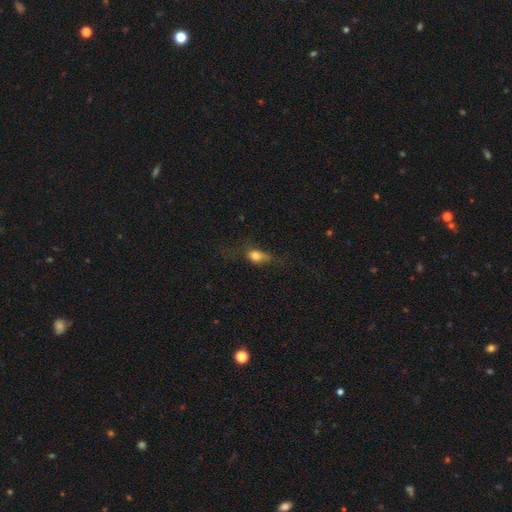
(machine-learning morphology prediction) A smooth galaxy with no disk features (73%) that is in between round and cigar-shaped (59%). Merging: none (37%).